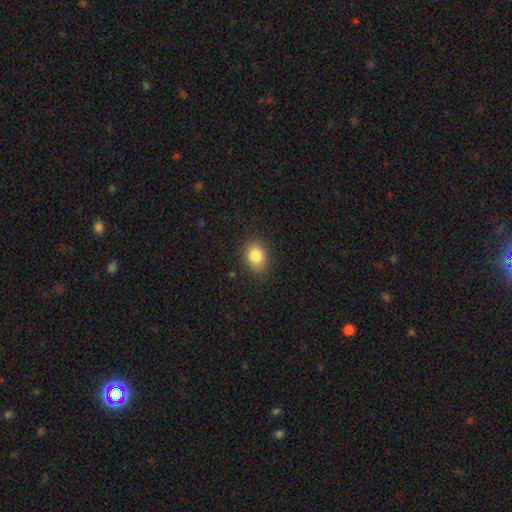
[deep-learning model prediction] This appears to be a smooth galaxy with no disk features (84%) that is in between round and cigar-shaped (63%). Merging: none (84%).